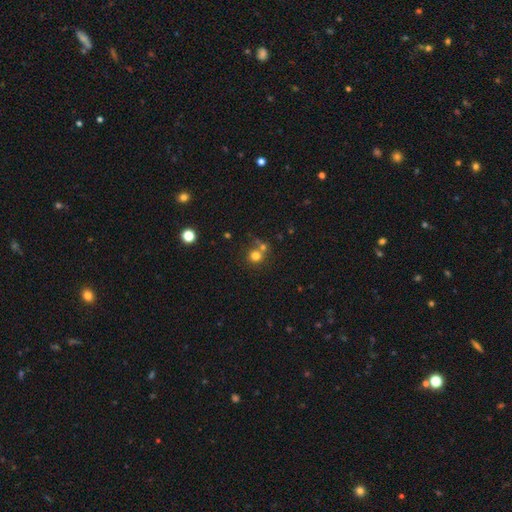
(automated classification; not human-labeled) Smooth or featured? Predicted: smooth (p=0.75). How rounded? Predicted: round (p=0.88). Merging? Predicted: none (p=0.55).